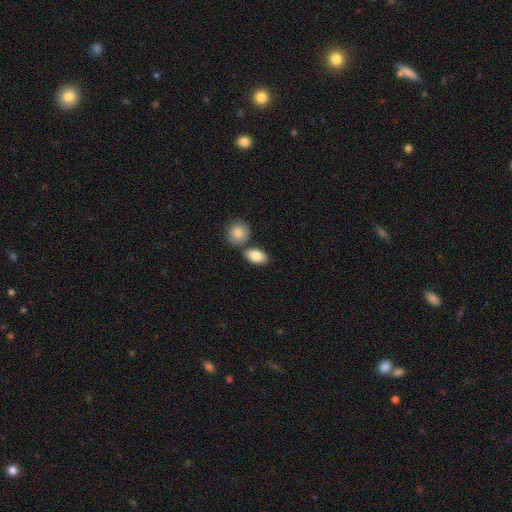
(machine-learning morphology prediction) smooth-or-featured: smooth: 86% | featured or disk: 8% | star or artifact: 7%
  how-rounded: in between: 88% | round: 10% | cigar-shaped: 2%
  merging: none: 67% | merger: 18% | minor disturbance: 11% | major disturbance: 3%